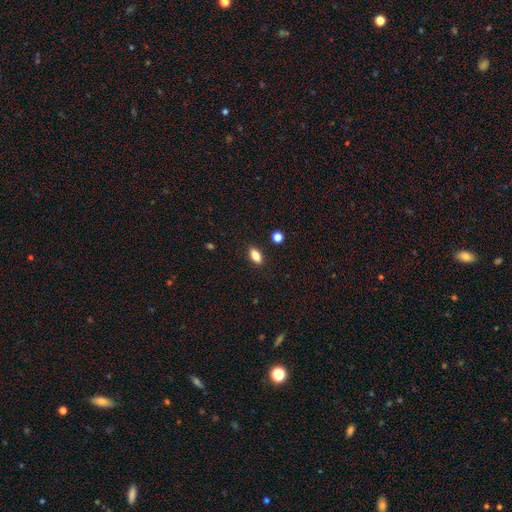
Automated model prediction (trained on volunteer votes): smooth-or-featured: smooth: 81% | featured or disk: 10% | star or artifact: 9%
  how-rounded: in between: 85% | cigar-shaped: 11% | round: 5%
  merging: none: 87% | minor disturbance: 9% | major disturbance: 2% | merger: 2%